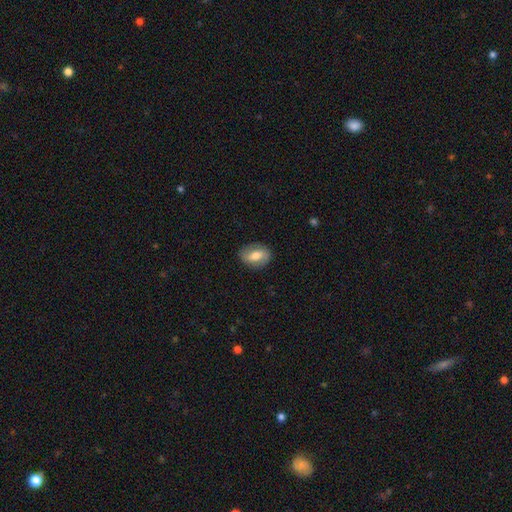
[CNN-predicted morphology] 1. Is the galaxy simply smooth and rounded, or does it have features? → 52% smooth, 41% featured or disk, 7% star or artifact.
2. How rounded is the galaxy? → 77% in between, 21% round, 2% cigar-shaped.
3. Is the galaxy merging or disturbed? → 83% none, 12% minor disturbance, 4% major disturbance, 1% merger.